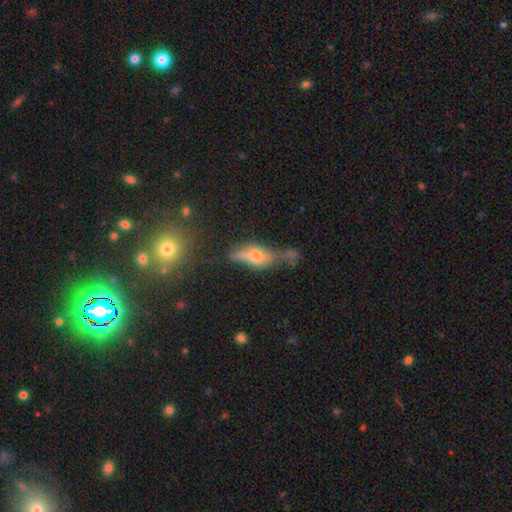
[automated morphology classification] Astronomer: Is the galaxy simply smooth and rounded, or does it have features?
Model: featured or disk — 48% (runner-up: smooth, 38%).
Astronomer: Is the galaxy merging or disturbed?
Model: none — 36% (runner-up: minor disturbance, 25%).